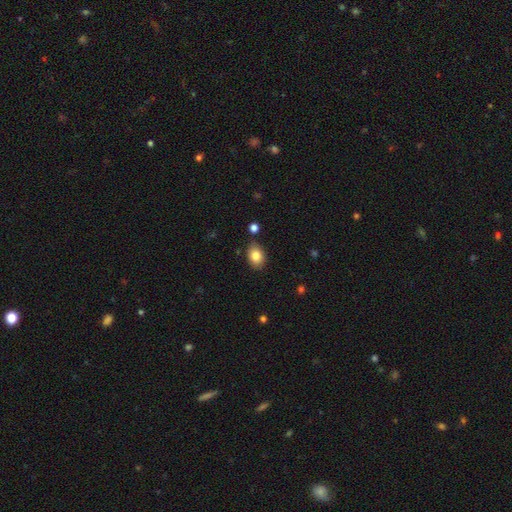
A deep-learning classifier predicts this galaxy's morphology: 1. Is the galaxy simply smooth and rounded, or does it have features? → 83% smooth, 9% star or artifact, 8% featured or disk.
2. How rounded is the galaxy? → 73% in between, 26% round, 1% cigar-shaped.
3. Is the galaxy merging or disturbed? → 82% none, 12% minor disturbance, 4% merger, 2% major disturbance.